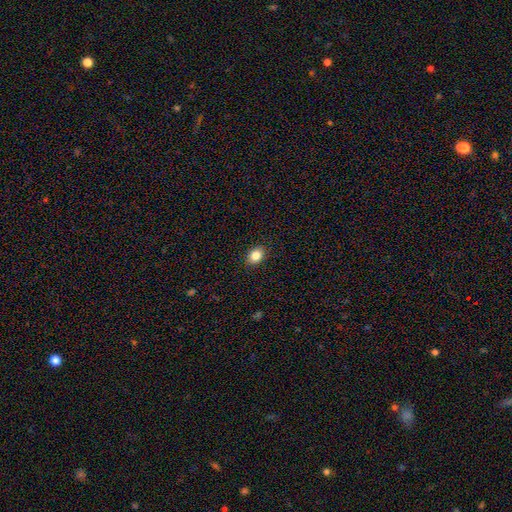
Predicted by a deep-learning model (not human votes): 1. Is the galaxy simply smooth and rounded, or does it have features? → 84% smooth, 9% star or artifact, 7% featured or disk.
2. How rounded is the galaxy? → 69% in between, 30% round, 1% cigar-shaped.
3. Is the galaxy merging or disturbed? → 89% none, 8% minor disturbance, 2% major disturbance, 1% merger.